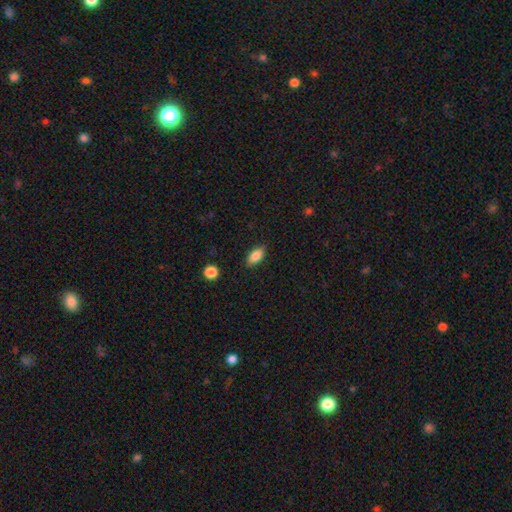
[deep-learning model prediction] Smooth or featured: smooth — 84% (star or artifact — 8%)
How rounded: in between — 90% (cigar-shaped — 6%)
Merging: none — 86% (minor disturbance — 10%)